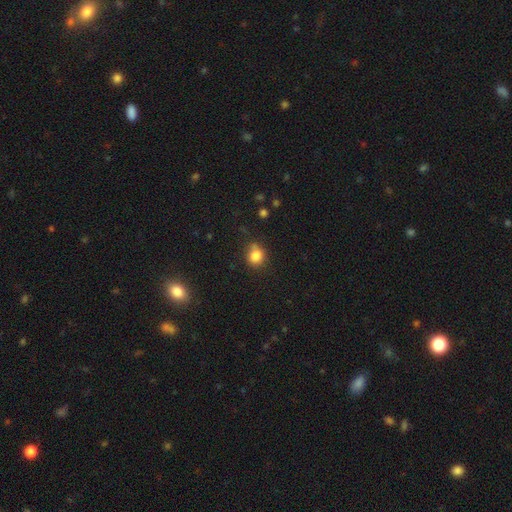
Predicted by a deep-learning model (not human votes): Smooth or featured: smooth — 83% (star or artifact — 11%)
How rounded: round — 76% (in between — 24%)
Merging: none — 64% (minor disturbance — 23%)